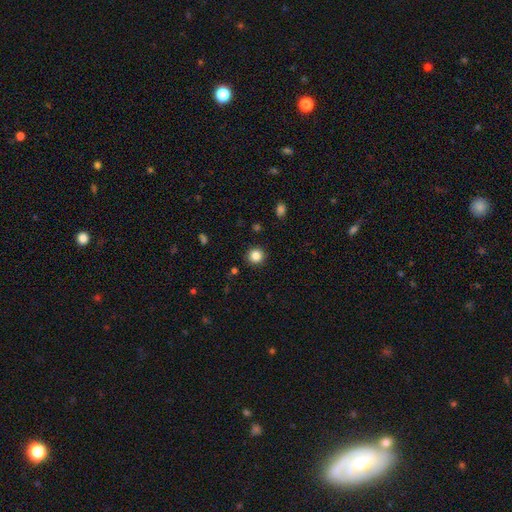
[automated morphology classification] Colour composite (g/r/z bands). It shows a smooth galaxy with no disk features (85%) that is round (93%). Merging: none (91%).